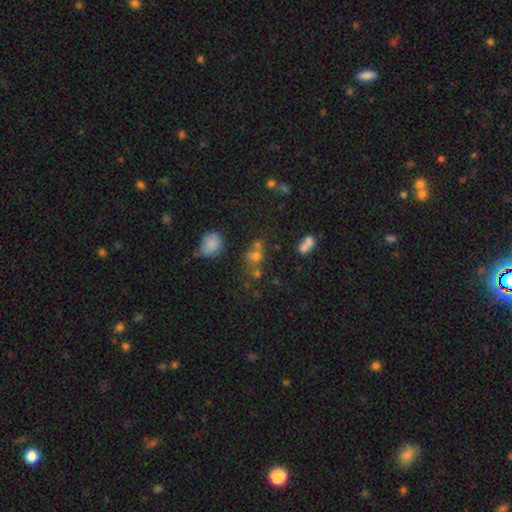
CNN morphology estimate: smooth-or-featured: smooth: 62% | star or artifact: 24% | featured or disk: 14%
  how-rounded: round: 73% | in between: 25% | cigar-shaped: 2%
  merging: none: 52% | merger: 30% | minor disturbance: 12% | major disturbance: 6%